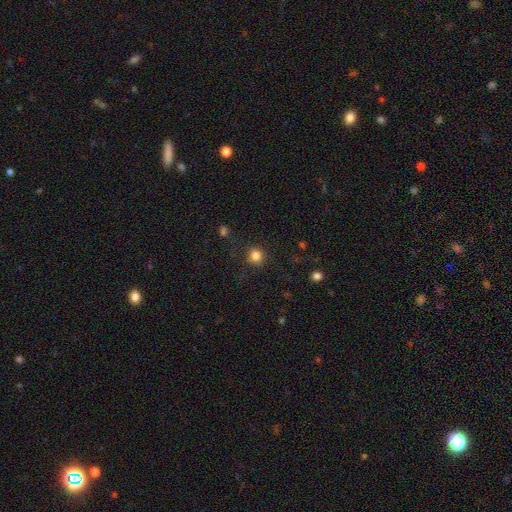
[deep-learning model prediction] smooth-or-featured: smooth: 83% | star or artifact: 13% | featured or disk: 5%
  how-rounded: round: 90% | in between: 9% | cigar-shaped: 1%
  merging: none: 85% | minor disturbance: 10% | major disturbance: 4% | merger: 2%